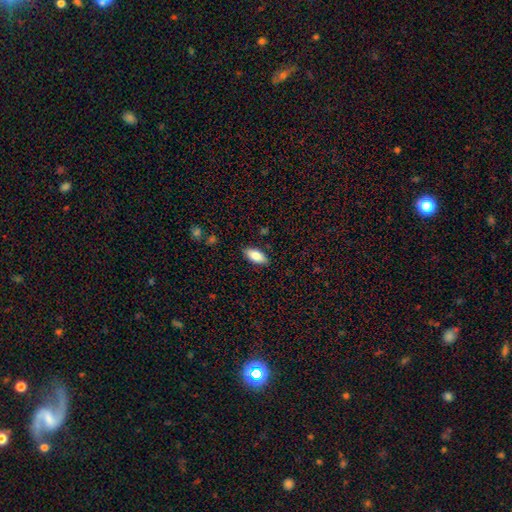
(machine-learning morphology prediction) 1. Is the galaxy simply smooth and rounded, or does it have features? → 84% smooth, 10% featured or disk, 6% star or artifact.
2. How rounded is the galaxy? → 88% in between, 10% cigar-shaped, 2% round.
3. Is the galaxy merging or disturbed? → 87% none, 10% minor disturbance, 2% major disturbance, 1% merger.